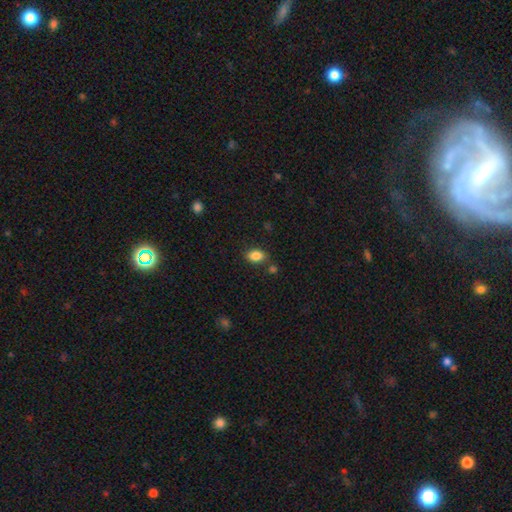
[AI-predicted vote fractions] smooth_or_featured: smooth (p=0.86) [alt: star or artifact p=0.09]
how_rounded: in between (p=0.87) [alt: round p=0.11]
merging: none (p=0.78) [alt: minor disturbance p=0.12]